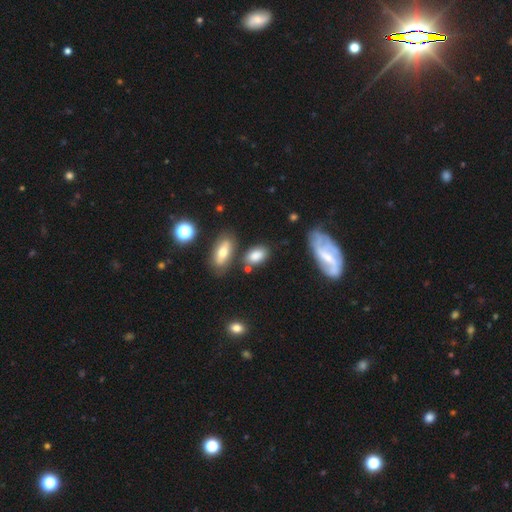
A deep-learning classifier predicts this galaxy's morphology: This appears to be a smooth galaxy with no disk features (80%) that is in between round and cigar-shaped (88%). Merging: none (70%).